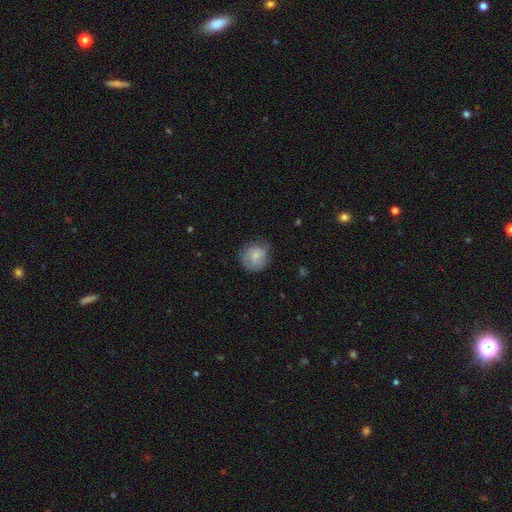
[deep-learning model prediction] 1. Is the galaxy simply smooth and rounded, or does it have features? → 49% smooth, 44% featured or disk, 7% star or artifact.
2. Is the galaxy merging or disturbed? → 71% none, 21% minor disturbance, 7% major disturbance, 1% merger.